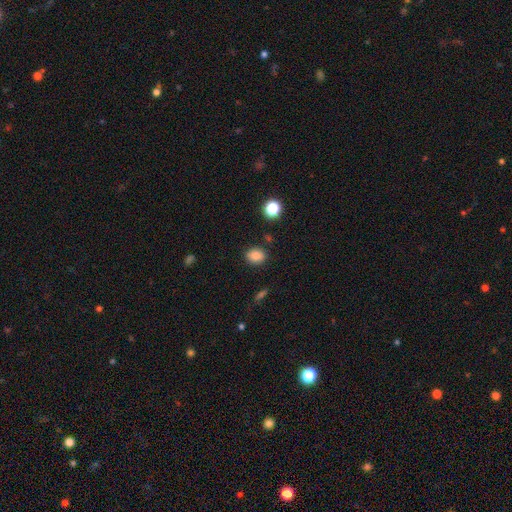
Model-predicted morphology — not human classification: This appears to be a smooth galaxy with no disk features (85%) that is in between round and cigar-shaped (57%). Merging: none (84%).